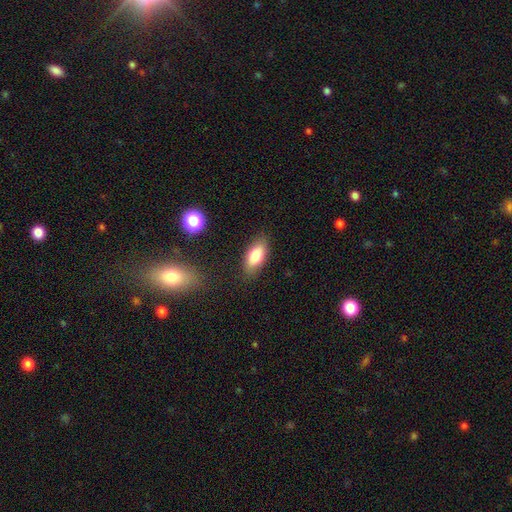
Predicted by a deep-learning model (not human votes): A smooth galaxy with no disk features (79%) that is in between round and cigar-shaped (87%). Merging: none (84%).